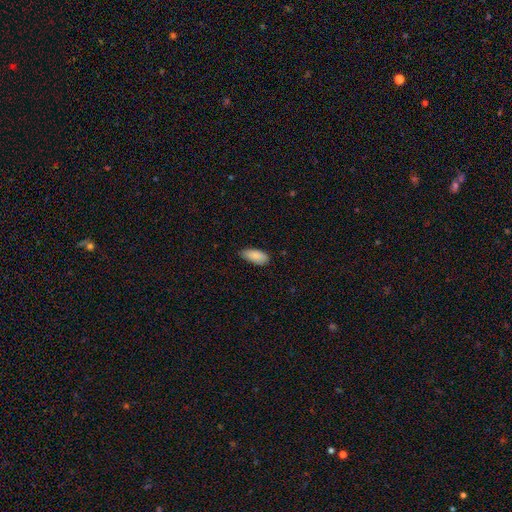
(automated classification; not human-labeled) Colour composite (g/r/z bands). It shows a smooth galaxy with no disk features (86%) that is in between round and cigar-shaped (91%). Merging: none (74%).